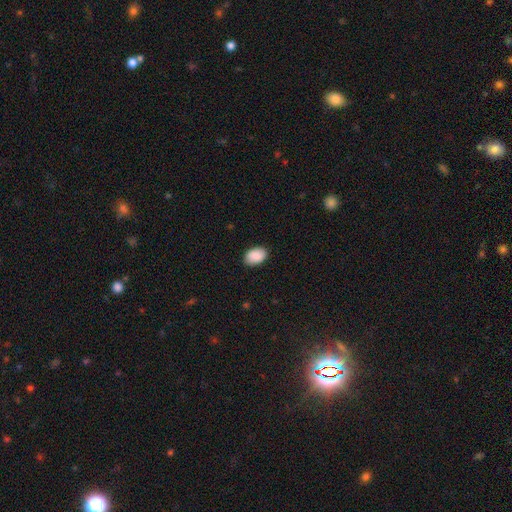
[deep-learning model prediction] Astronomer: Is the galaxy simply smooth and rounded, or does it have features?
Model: smooth — 90%.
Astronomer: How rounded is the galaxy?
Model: in between — 87%.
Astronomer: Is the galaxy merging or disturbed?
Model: none — 87%.